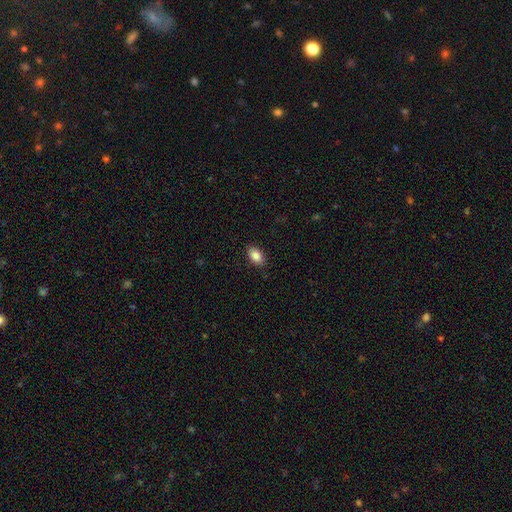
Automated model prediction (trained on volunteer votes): smooth-or-featured: smooth: 87% | star or artifact: 8% | featured or disk: 5%
  how-rounded: in between: 90% | round: 8% | cigar-shaped: 1%
  merging: none: 89% | minor disturbance: 8% | major disturbance: 2% | merger: 1%